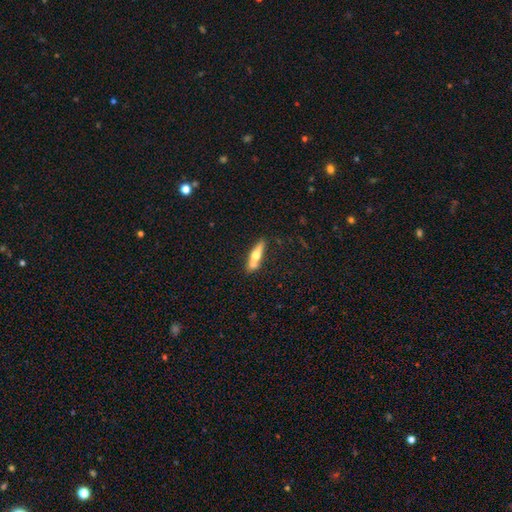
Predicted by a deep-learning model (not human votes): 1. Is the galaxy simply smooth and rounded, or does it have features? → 47% featured or disk (tied), 47% smooth (tied), 6% star or artifact.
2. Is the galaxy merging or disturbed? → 62% none, 19% merger, 15% minor disturbance, 4% major disturbance.